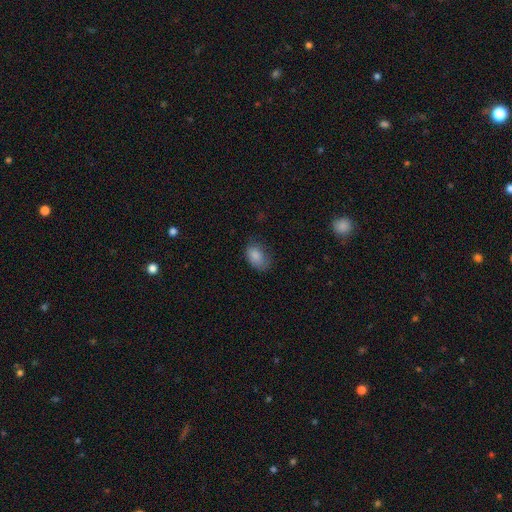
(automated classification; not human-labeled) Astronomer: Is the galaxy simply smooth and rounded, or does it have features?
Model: smooth — 85%.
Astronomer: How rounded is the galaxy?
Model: in between — 86%.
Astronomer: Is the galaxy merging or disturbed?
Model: none — 60%.